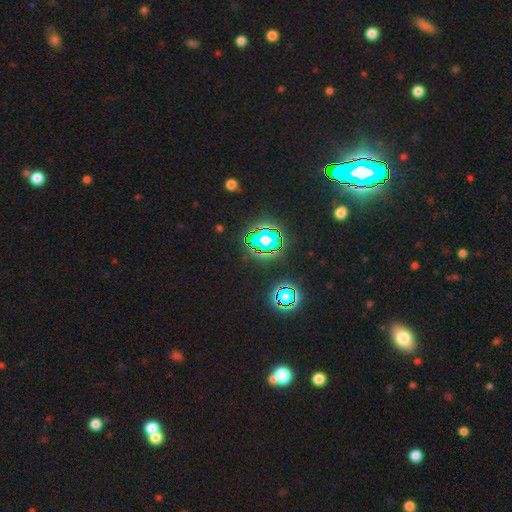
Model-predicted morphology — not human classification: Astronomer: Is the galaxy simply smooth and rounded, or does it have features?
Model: star or artifact — 80%.